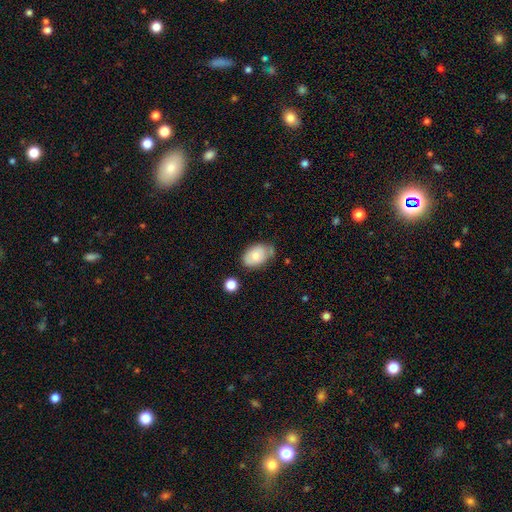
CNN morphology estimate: This appears to be a smooth galaxy with no disk features (73%) that is in between round and cigar-shaped (87%). Merging: none (58%).